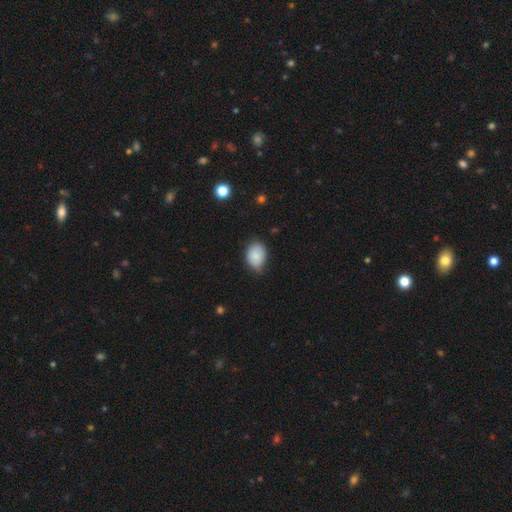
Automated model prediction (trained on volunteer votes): smooth-or-featured: smooth: 85% | star or artifact: 8% | featured or disk: 7%
  how-rounded: in between: 70% | round: 29% | cigar-shaped: 1%
  merging: none: 60% | minor disturbance: 33% | major disturbance: 5% | merger: 2%